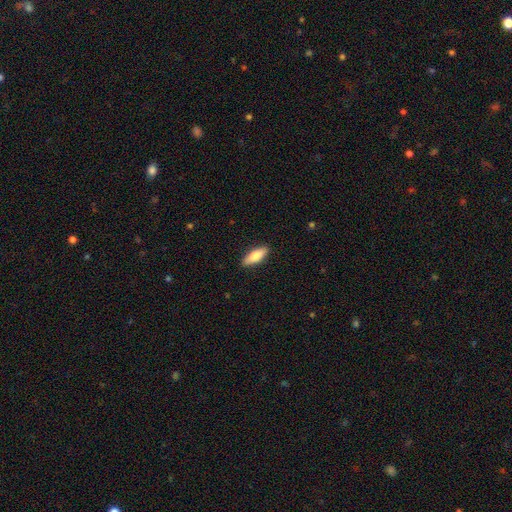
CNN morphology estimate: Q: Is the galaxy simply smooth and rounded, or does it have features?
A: smooth — 71%.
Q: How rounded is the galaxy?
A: in between — 58%.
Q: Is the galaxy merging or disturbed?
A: none — 89%.